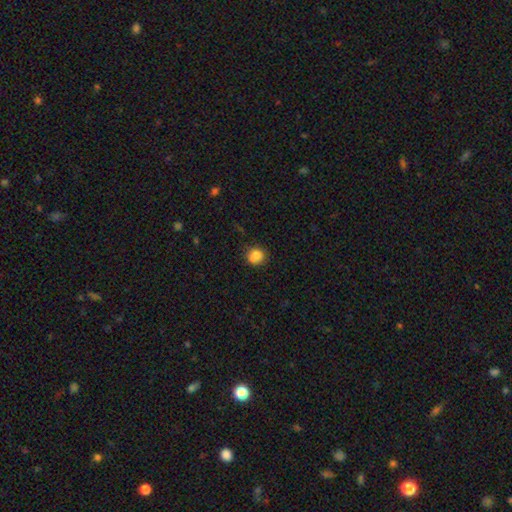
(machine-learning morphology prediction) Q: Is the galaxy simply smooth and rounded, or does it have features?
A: smooth — 79%.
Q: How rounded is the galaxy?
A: round — 81%.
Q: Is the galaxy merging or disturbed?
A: none — 59%.